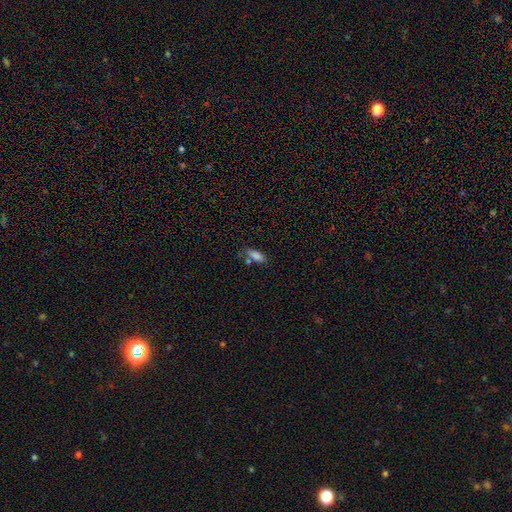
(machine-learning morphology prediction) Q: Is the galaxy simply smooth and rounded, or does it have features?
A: smooth — 80%.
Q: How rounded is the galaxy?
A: in between — 80%.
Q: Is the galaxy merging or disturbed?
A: none — 58%.